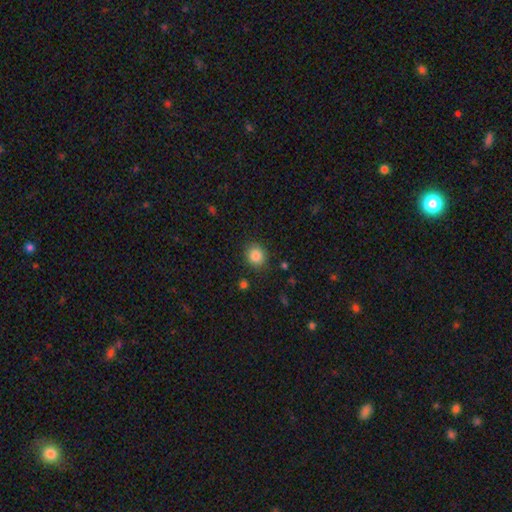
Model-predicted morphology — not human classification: Smooth or featured? smooth (85%)
How rounded? round (81%)
Merging? none (88%)